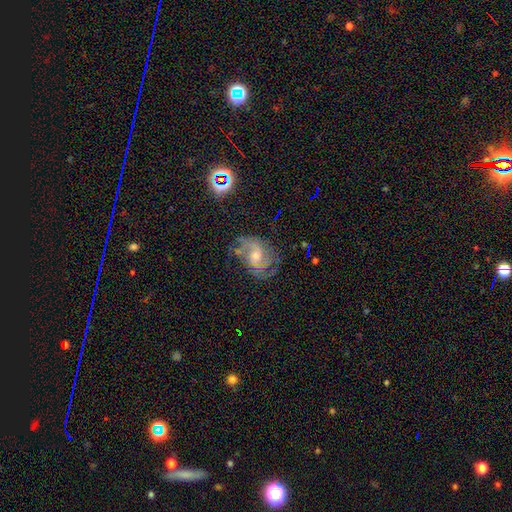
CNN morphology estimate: A featured or disk galaxy (79%) with no bar (52%), 2 (45%) medium (45%) spiral arms (92%) and a moderate central bulge (49%). Merging: none (61%).